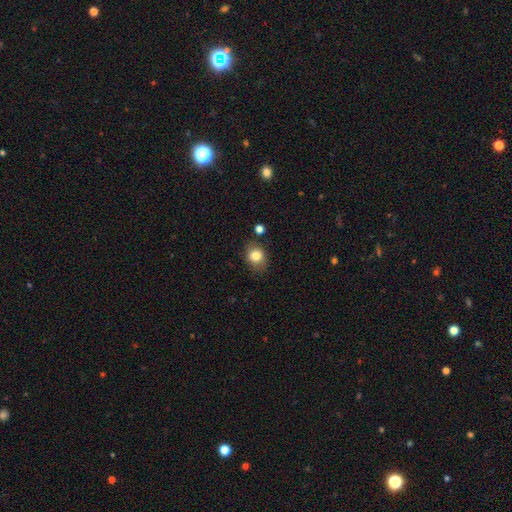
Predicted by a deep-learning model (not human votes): Overall: smooth (82%). How rounded: round (53%; in between 46%). Merging: none (78%).